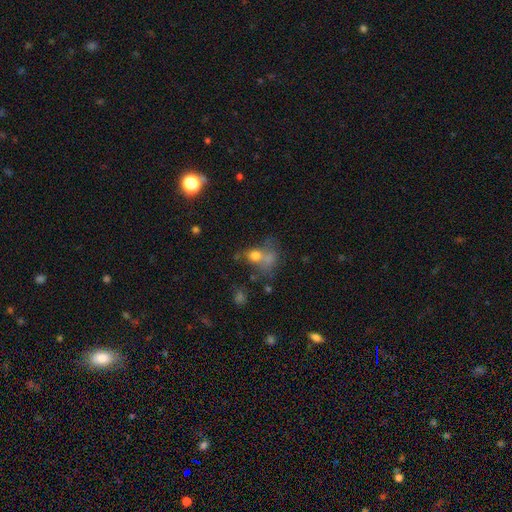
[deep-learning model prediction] Overall: smooth (68%). How rounded: round (52%; in between 46%). Merging: merger (46%; none 28%).